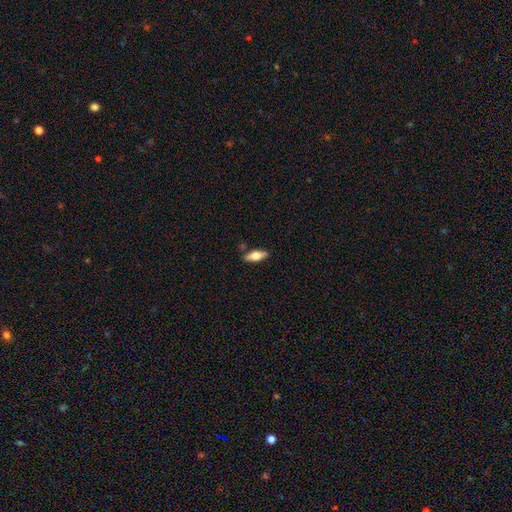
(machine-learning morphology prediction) This is likely a smooth galaxy (62%). How rounded: likely in between (67%). Merging: clearly none (85%).